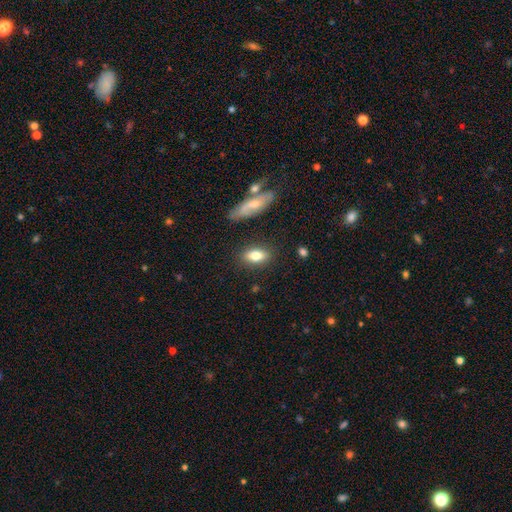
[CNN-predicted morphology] The model was most divided on "smooth or featured": smooth: 77%, featured or disk: 15%, star or artifact: 8%. More confident: how rounded — in between (83%); merging — none (82%).